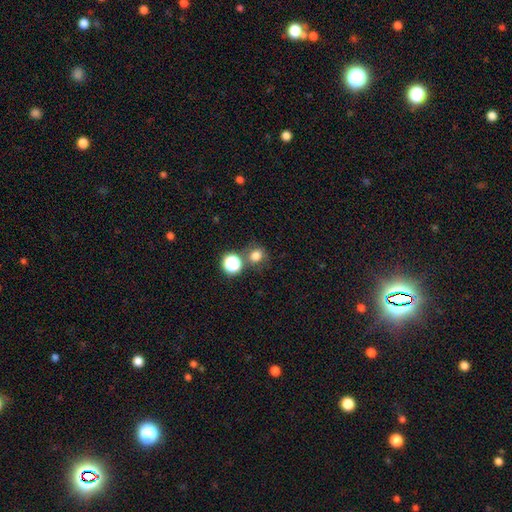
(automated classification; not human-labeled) This appears to be a smooth galaxy with no disk features (75%) that is round (77%). Merging: none (65%).